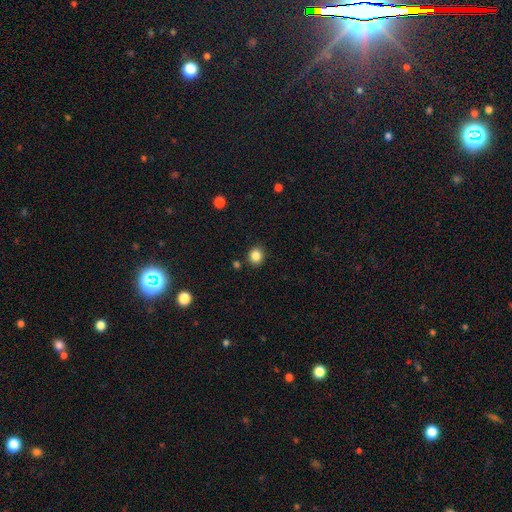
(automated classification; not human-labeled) This is clearly a smooth galaxy (85%). How rounded: clearly round (82%). Merging: clearly none (88%).